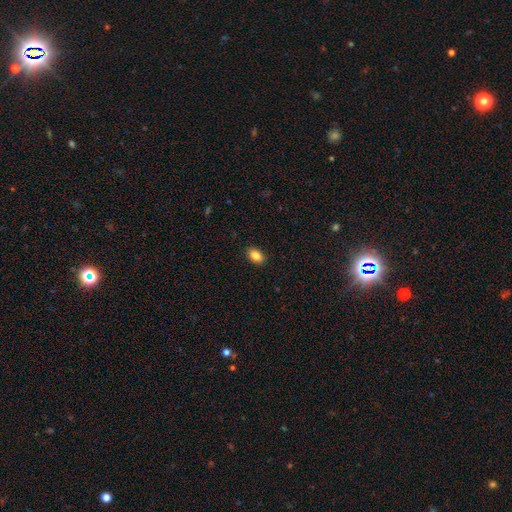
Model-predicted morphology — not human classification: smooth-or-featured: smooth: 85% | star or artifact: 9% | featured or disk: 6%
  how-rounded: in between: 85% | round: 14% | cigar-shaped: 2%
  merging: none: 89% | minor disturbance: 8% | major disturbance: 2% | merger: 1%